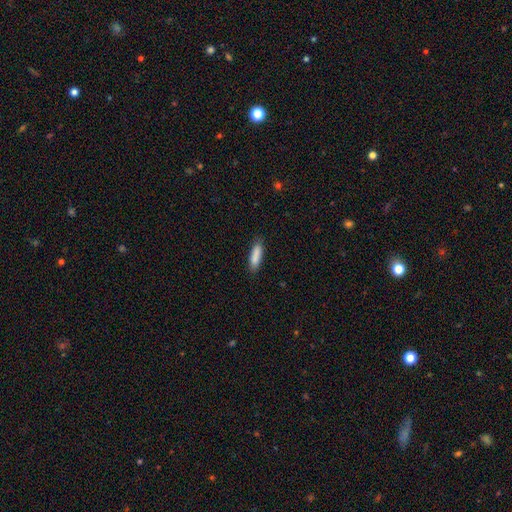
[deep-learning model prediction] smooth 87%, featured or disk 7%, star or artifact 6%. Down the decision tree: how rounded — cigar-shaped (64%); merging — none (84%).